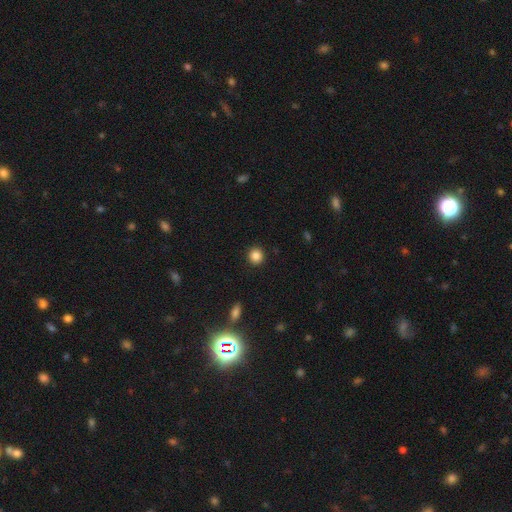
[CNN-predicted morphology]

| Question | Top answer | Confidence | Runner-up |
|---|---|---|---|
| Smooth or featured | smooth | 86% | star or artifact (10%) |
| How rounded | round | 93% | in between (6%) |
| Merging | none | 92% | minor disturbance (5%) |